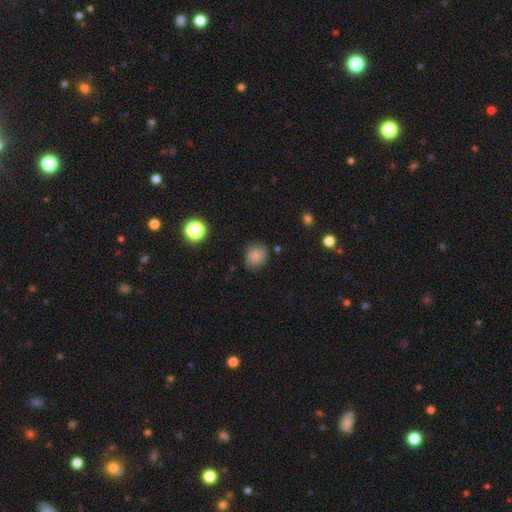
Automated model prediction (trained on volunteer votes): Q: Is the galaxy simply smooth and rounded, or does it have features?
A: smooth — 77%.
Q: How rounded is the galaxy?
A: round — 76%.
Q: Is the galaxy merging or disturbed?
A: none — 78%.